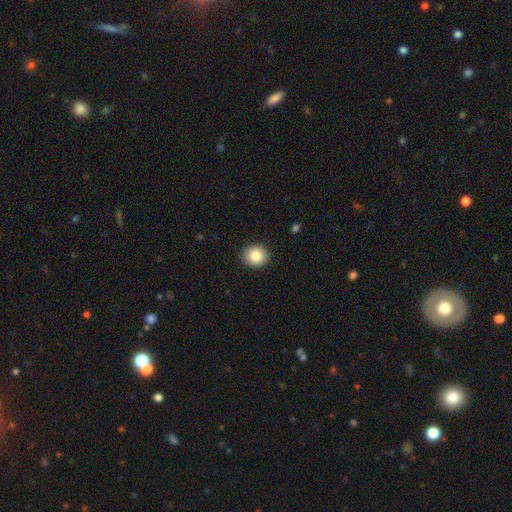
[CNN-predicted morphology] Overall: smooth (84%). How rounded: round (81%). Merging: none (91%).